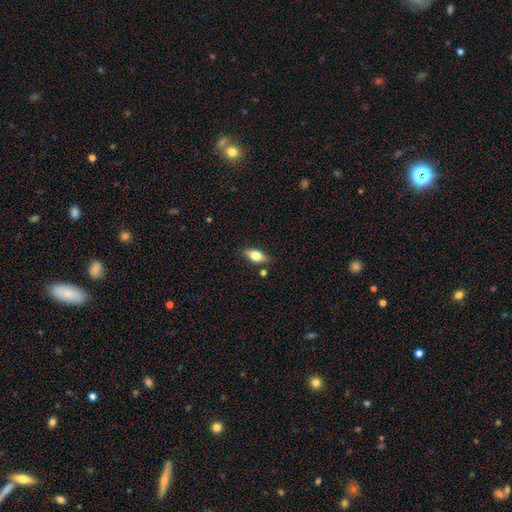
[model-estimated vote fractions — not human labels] smooth 68%, featured or disk 24%, star or artifact 7%. Down the decision tree: how rounded — in between (82%); merging — none (81%).